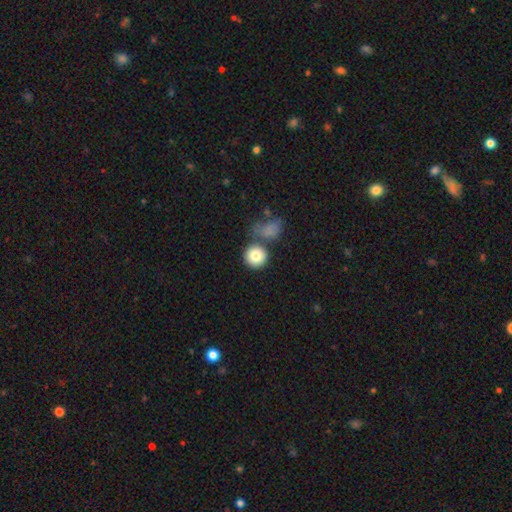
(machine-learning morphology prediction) Smooth or featured: smooth — 82% (featured or disk — 9%)
How rounded: round — 91% (in between — 8%)
Merging: none — 65% (merger — 18%)